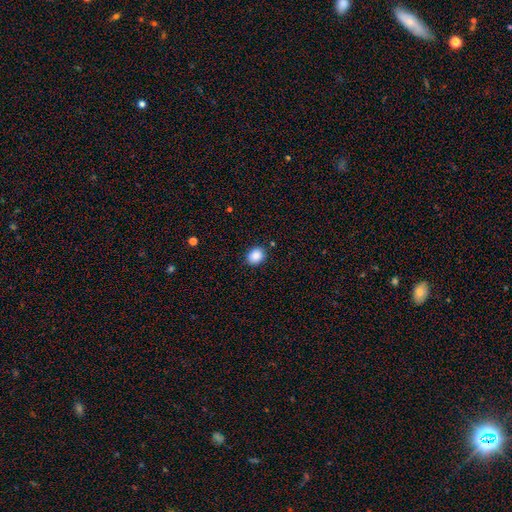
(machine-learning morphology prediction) Smooth or featured?
  - smooth: 88% *
  - star or artifact: 9%
  - featured or disk: 3%
How rounded?
  - round: 59% *
  - in between: 40%
  - cigar-shaped: 1%
Merging?
  - none: 88% *
  - minor disturbance: 8%
  - major disturbance: 2%
  - merger: 2%